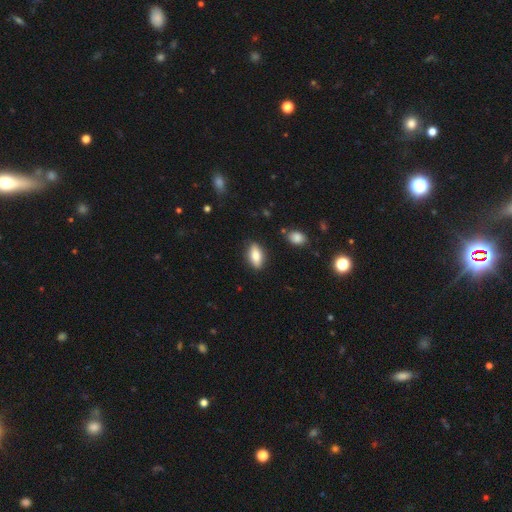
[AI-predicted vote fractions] Overall: smooth (77%). How rounded: in between (80%). Merging: none (84%).